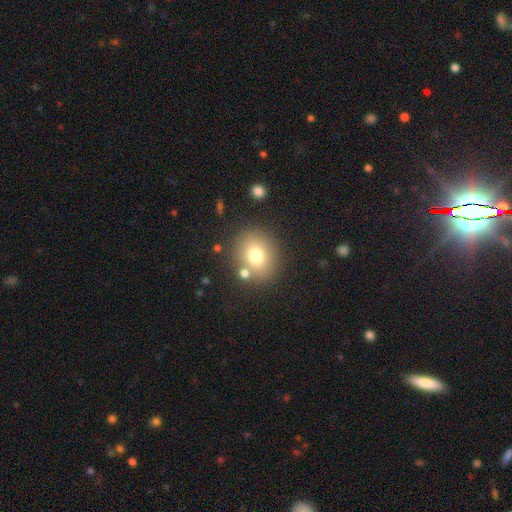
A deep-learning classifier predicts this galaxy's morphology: Smooth or featured?
  - smooth: 74% *
  - featured or disk: 13%
  - star or artifact: 13%
How rounded?
  - round: 72% *
  - in between: 28%
  - cigar-shaped: 1%
Merging?
  - none: 79% *
  - minor disturbance: 10%
  - merger: 7%
  - major disturbance: 4%